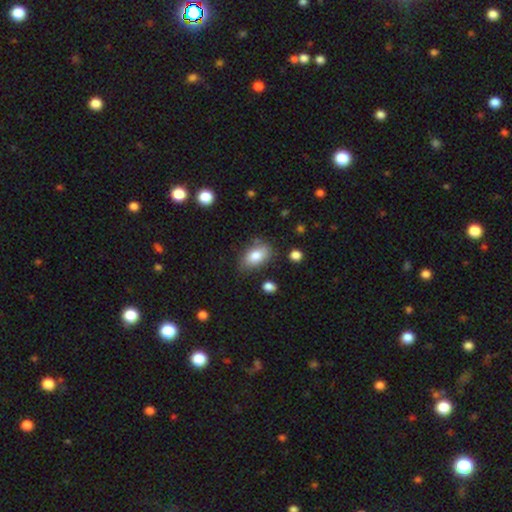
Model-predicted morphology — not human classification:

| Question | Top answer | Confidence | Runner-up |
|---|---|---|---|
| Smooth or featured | smooth | 82% | featured or disk (11%) |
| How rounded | in between | 90% | round (8%) |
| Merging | none | 73% | minor disturbance (19%) |